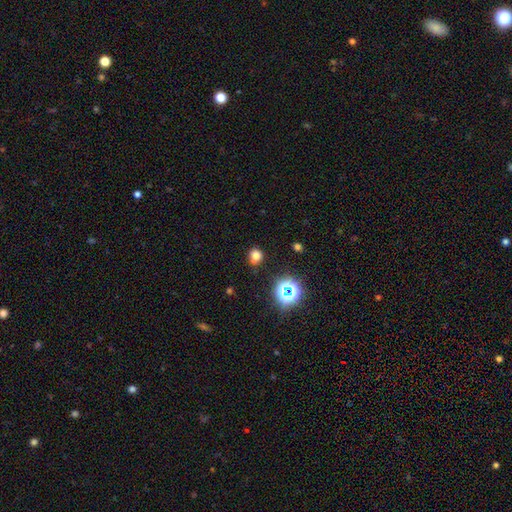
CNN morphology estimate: Smooth or featured: smooth — 73% (star or artifact — 21%)
How rounded: round — 72% (in between — 27%)
Merging: none — 75% (minor disturbance — 17%)